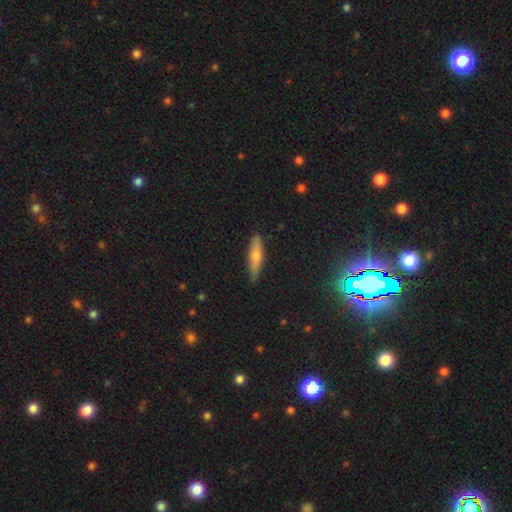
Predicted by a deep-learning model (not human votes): This appears to be a smooth galaxy with no disk features (59%) that is cigar-shaped (73%). Merging: none (85%).